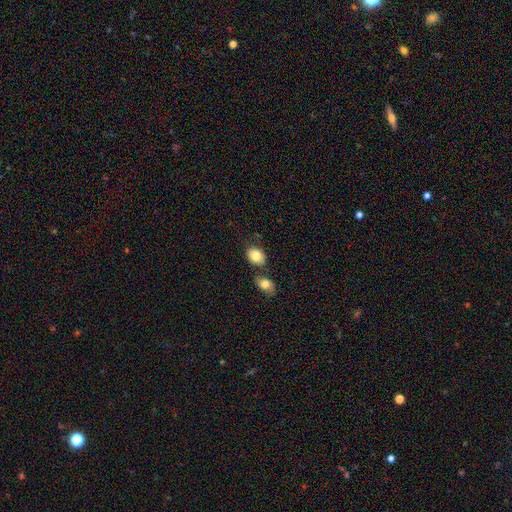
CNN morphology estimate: Smooth or featured?
  - smooth: 83% *
  - featured or disk: 10%
  - star or artifact: 7%
How rounded?
  - in between: 73% *
  - round: 26%
  - cigar-shaped: 1%
Merging?
  - none: 64% *
  - merger: 20%
  - minor disturbance: 13%
  - major disturbance: 4%